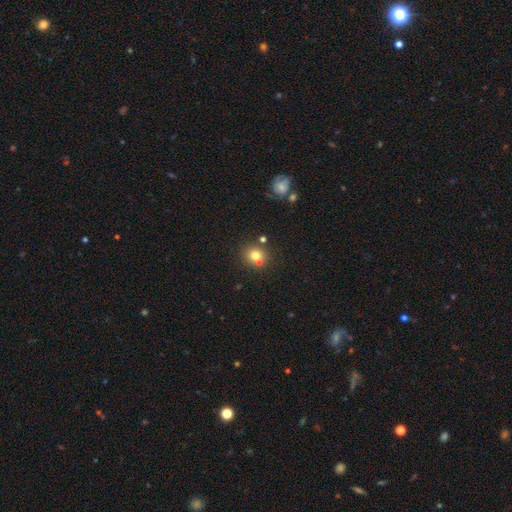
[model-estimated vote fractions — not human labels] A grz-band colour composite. It shows a smooth galaxy with no disk features (75%) that is round (86%). Merging: none (69%).